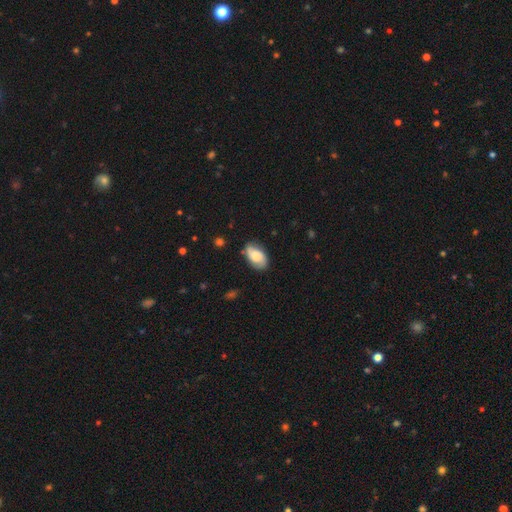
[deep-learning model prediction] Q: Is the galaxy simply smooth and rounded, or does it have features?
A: smooth — 53%.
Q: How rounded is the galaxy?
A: in between — 92%.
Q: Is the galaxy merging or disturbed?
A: none — 73%.